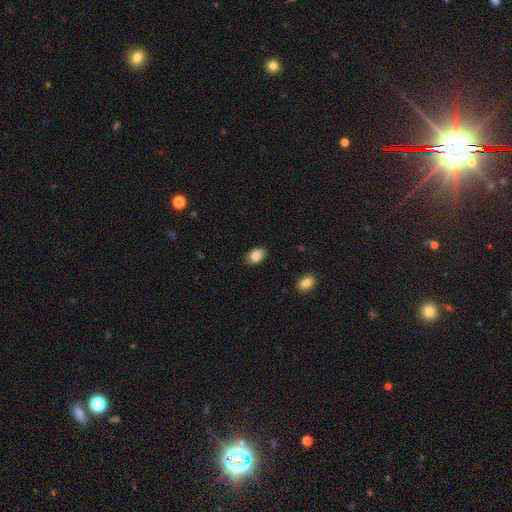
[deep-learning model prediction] smooth-or-featured: smooth: 84% | featured or disk: 9% | star or artifact: 7%
  how-rounded: in between: 87% | round: 12% | cigar-shaped: 1%
  merging: none: 84% | minor disturbance: 12% | major disturbance: 3% | merger: 1%